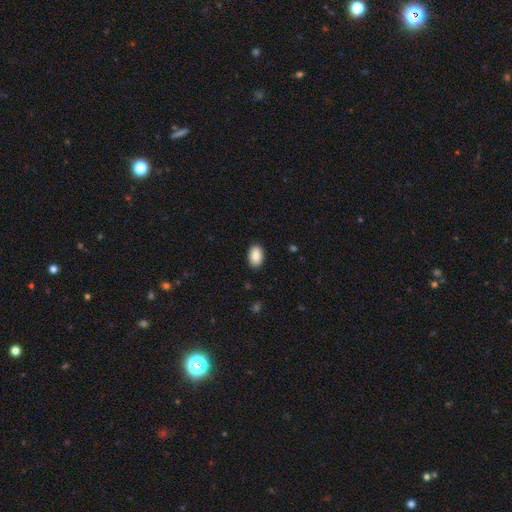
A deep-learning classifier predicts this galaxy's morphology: Smooth or featured? Predicted: smooth (p=0.88). How rounded? Predicted: in between (p=0.92). Merging? Predicted: none (p=0.89).